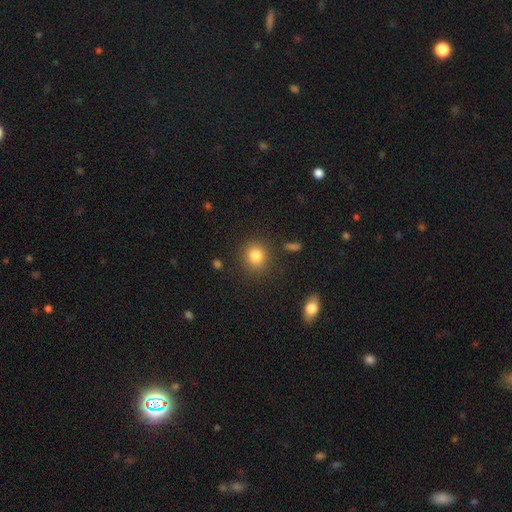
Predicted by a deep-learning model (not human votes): A smooth galaxy with no disk features (82%) that is round (87%). Merging: none (87%).